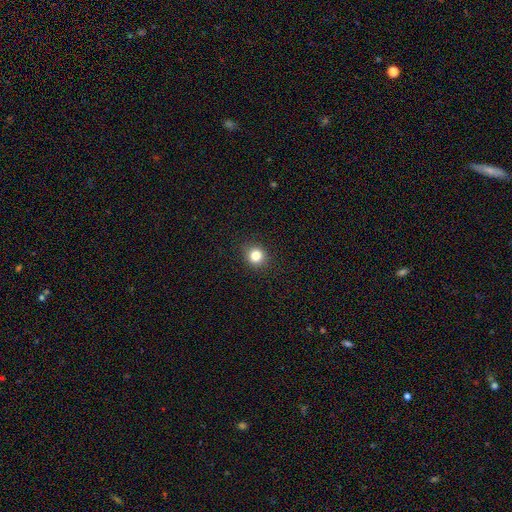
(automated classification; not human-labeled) Morphology: type=smooth (83%); roundness=round (89%); merging=none (91%).